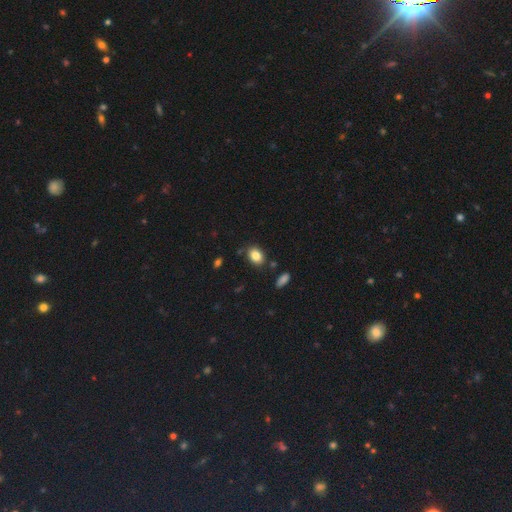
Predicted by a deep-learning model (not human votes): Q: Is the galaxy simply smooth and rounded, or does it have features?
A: smooth — 85%.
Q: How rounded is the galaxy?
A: in between — 76%.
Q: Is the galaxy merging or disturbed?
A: none — 82%.